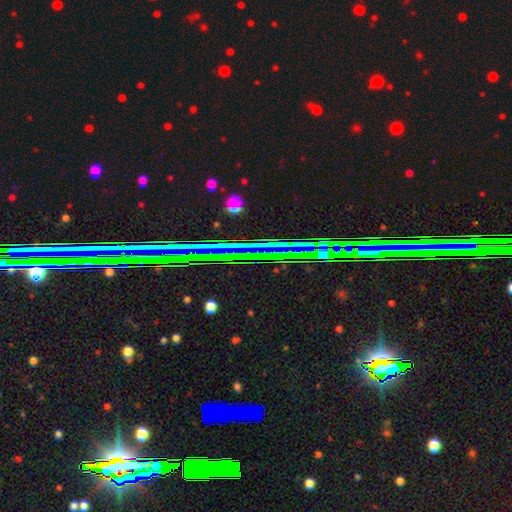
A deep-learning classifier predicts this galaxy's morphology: smooth-or-featured: star or artifact: 79% | featured or disk: 12% | smooth: 10%